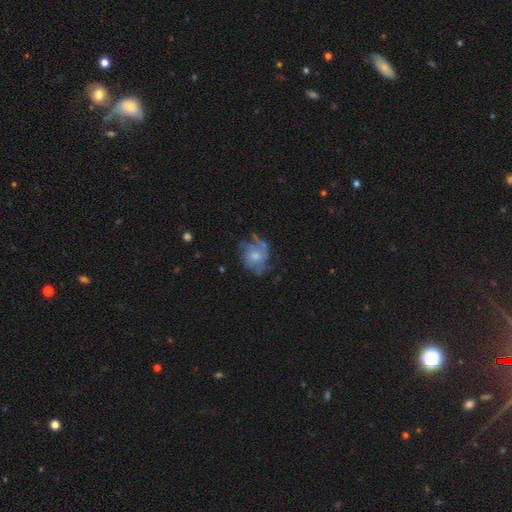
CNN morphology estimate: This appears to be a featured or disk galaxy (67%) with no bar (76%), medium (41%) spiral arms (80%) and a moderate central bulge (56%). Merging: none (48%).